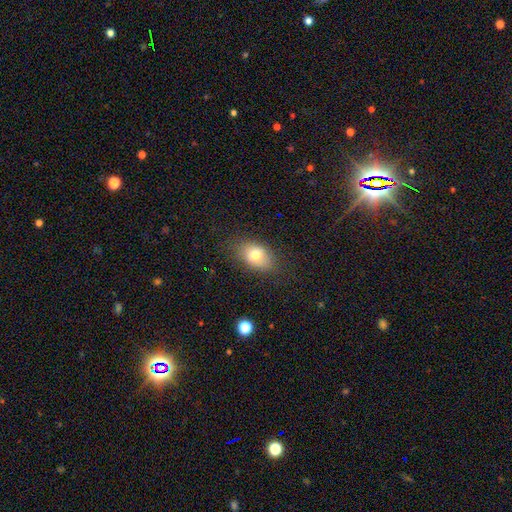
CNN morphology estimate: Overall: smooth (75%). How rounded: in between (80%). Merging: none (79%).